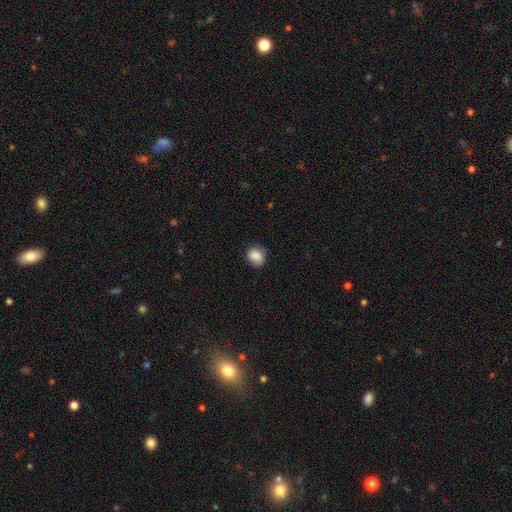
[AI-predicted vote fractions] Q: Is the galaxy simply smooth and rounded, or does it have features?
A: smooth — 87%.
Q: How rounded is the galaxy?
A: round — 68%.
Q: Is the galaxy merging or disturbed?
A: none — 80%.